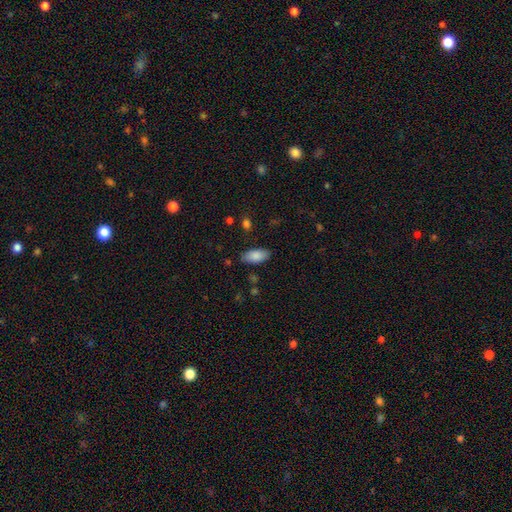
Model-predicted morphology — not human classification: Smooth or featured? Predicted: smooth (p=0.87). How rounded? Predicted: in between (p=0.91). Merging? Predicted: none (p=0.84).